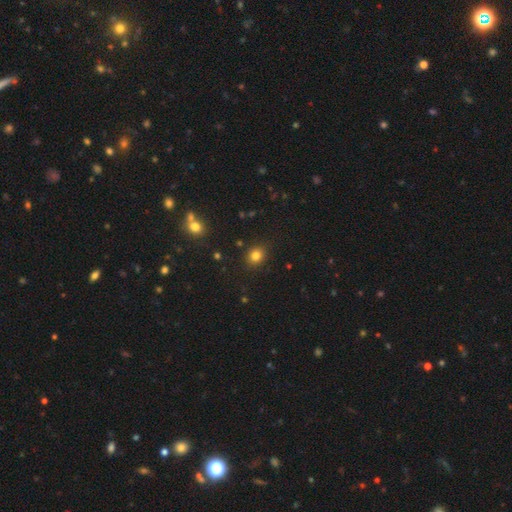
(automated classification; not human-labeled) The model was most divided on "how rounded": round: 69%, in between: 30%, cigar-shaped: 1%. More confident: merging — none (87%); smooth or featured — smooth (81%).